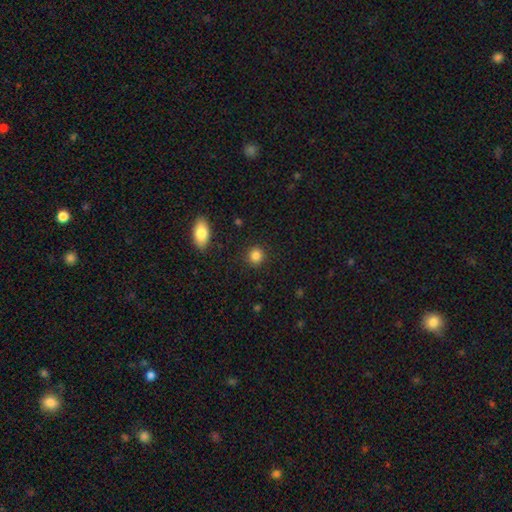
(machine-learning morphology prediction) smooth_or_featured: smooth (p=0.86) [alt: star or artifact p=0.10]
how_rounded: round (p=0.85) [alt: in between p=0.14]
merging: none (p=0.90) [alt: minor disturbance p=0.07]